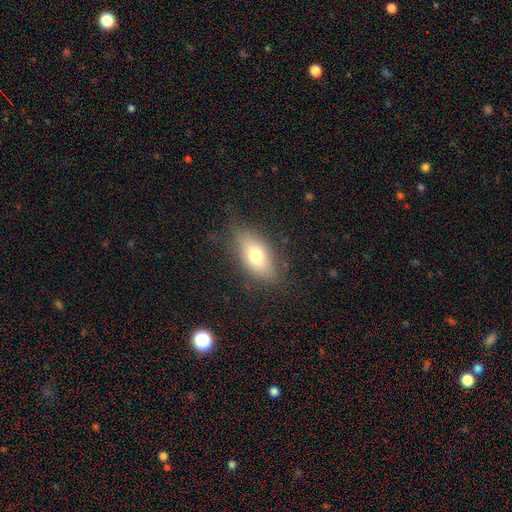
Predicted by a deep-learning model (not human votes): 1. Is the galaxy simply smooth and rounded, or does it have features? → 70% smooth, 20% featured or disk, 9% star or artifact.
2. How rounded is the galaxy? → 85% in between, 8% cigar-shaped, 7% round.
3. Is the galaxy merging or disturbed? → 74% none, 18% minor disturbance, 7% major disturbance, 1% merger.